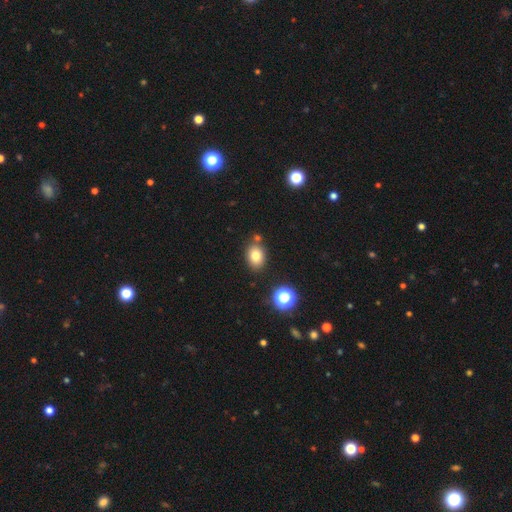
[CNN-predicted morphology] This is likely a smooth galaxy (79%). How rounded: likely in between (69%). Merging: likely none (77%).